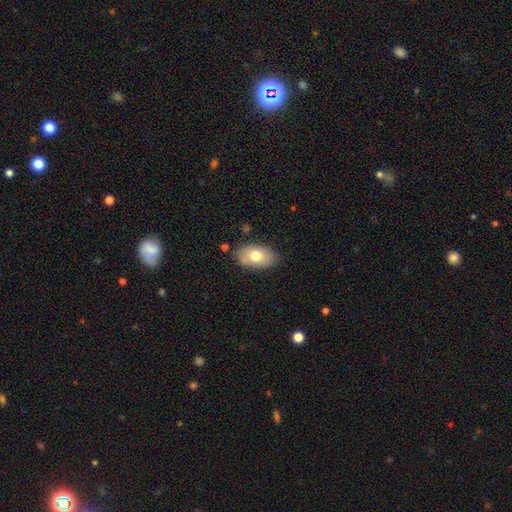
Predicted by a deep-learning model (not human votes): A smooth galaxy with no disk features (72%) that is in between round and cigar-shaped (91%).

Vote fractions:
- Smooth or featured? smooth: 72% / featured or disk: 21% / star or artifact: 7%
- How rounded? in between: 91% / round: 7% / cigar-shaped: 2%
- Merging? none: 78% / minor disturbance: 15% / major disturbance: 3% / merger: 3%